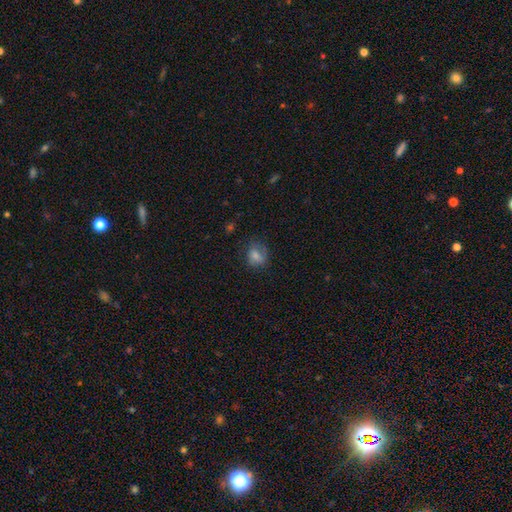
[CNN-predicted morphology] smooth 71%, featured or disk 19%, star or artifact 10%. Down the decision tree: how rounded — round (56%); merging — none (61%).